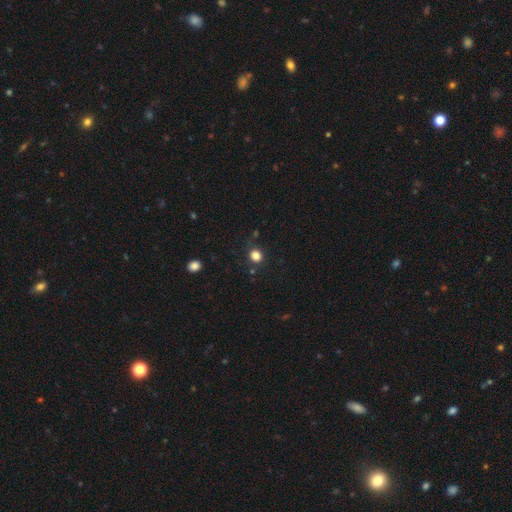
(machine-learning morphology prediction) A smooth galaxy with no disk features (82%) that is round (86%).

Vote fractions:
- Smooth or featured? smooth: 82% / star or artifact: 13% / featured or disk: 4%
- How rounded? round: 86% / in between: 13% / cigar-shaped: 1%
- Merging? none: 84% / minor disturbance: 10% / major disturbance: 3% / merger: 3%